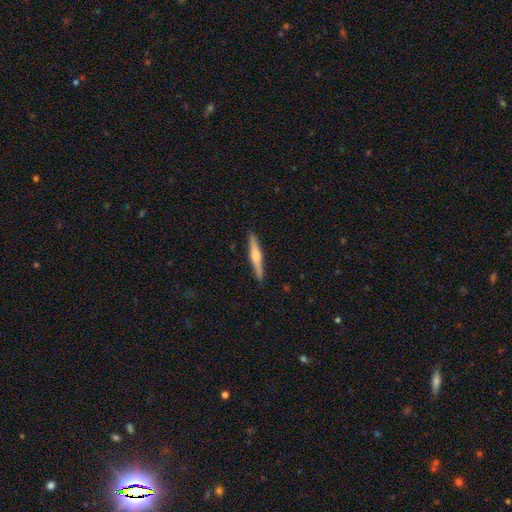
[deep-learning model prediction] Smooth or featured: featured or disk — 60% (smooth — 34%)
Edge-on disk: yes — 98% (no — 2%)
Edge-on bulge: rounded — 78% (boxy — 15%)
Merging: none — 91% (minor disturbance — 6%)